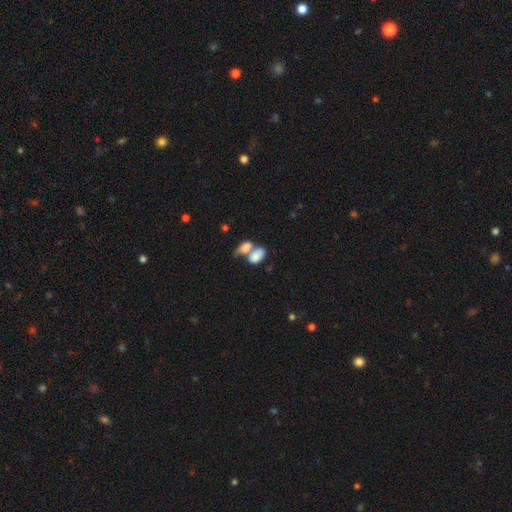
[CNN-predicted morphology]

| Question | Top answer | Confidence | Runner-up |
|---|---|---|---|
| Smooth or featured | smooth | 78% | featured or disk (14%) |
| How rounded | in between | 91% | round (7%) |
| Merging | merger | 68% | none (18%) |